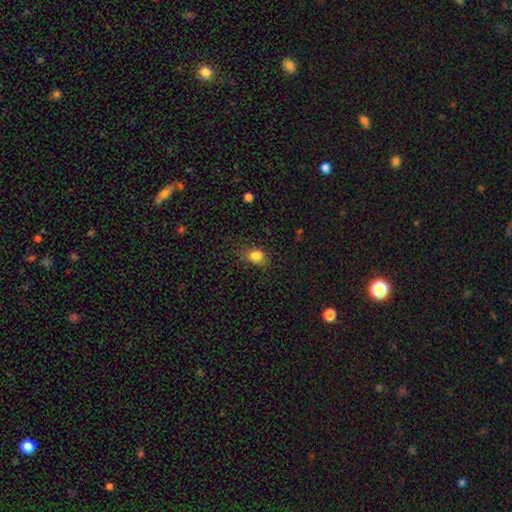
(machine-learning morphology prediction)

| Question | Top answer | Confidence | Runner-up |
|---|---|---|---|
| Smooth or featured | smooth | 83% | star or artifact (12%) |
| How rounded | in between | 58% | round (41%) |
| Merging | none | 61% | minor disturbance (26%) |